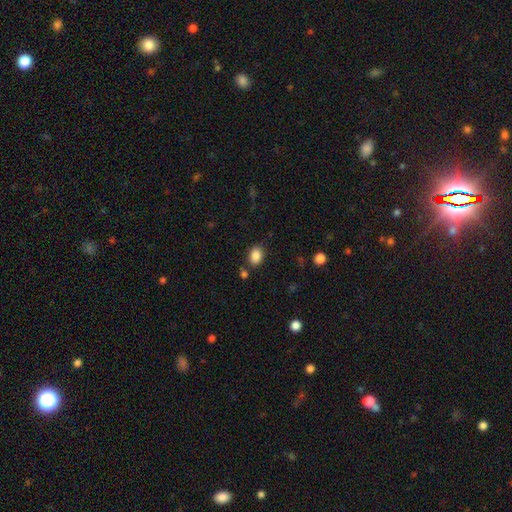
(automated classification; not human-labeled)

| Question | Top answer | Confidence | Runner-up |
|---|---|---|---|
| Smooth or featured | smooth | 87% | star or artifact (9%) |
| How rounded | in between | 74% | round (25%) |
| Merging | none | 80% | minor disturbance (11%) |